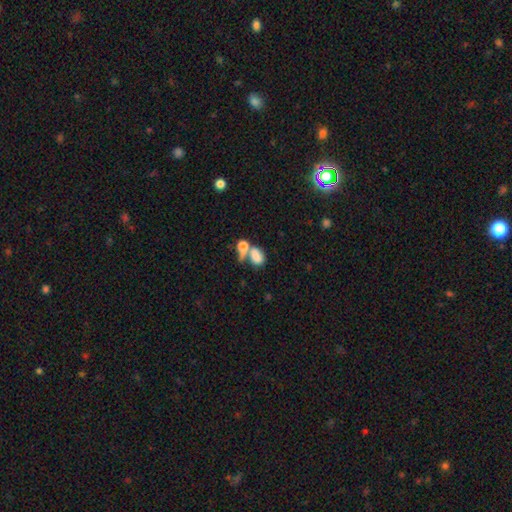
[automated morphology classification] Q: Smooth or featured?
A: smooth (74%); runner-up: featured or disk (16%)
Q: How rounded?
A: in between (79%); runner-up: round (18%)
Q: Merging?
A: merger (60%); runner-up: none (21%)